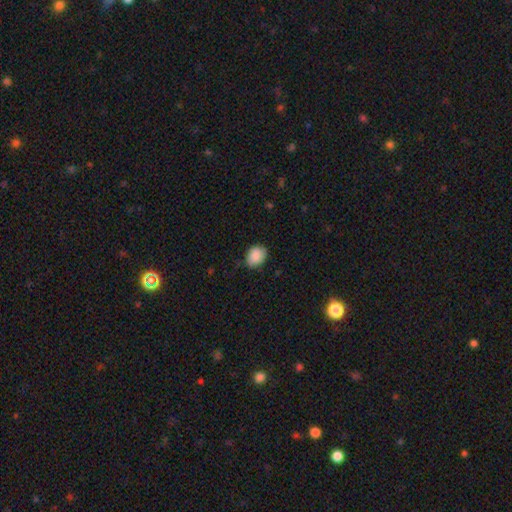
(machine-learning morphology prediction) This appears to be a smooth galaxy with no disk features (87%) that is in between round and cigar-shaped (55%). Merging: none (75%).